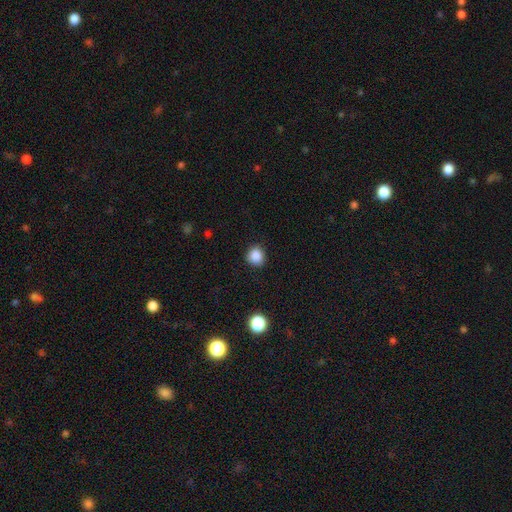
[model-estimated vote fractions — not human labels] This is clearly a smooth galaxy (87%). How rounded: clearly round (88%). Merging: clearly none (87%).